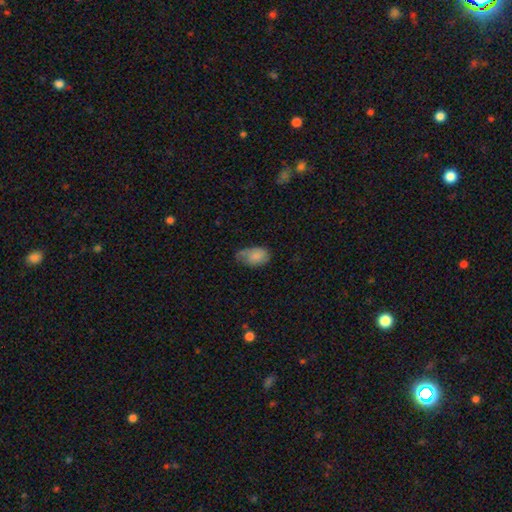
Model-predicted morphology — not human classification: smooth_or_featured: smooth (p=0.74) [alt: featured or disk p=0.18]
how_rounded: in between (p=0.91) [alt: round p=0.07]
merging: minor disturbance (p=0.40) [alt: none p=0.38]